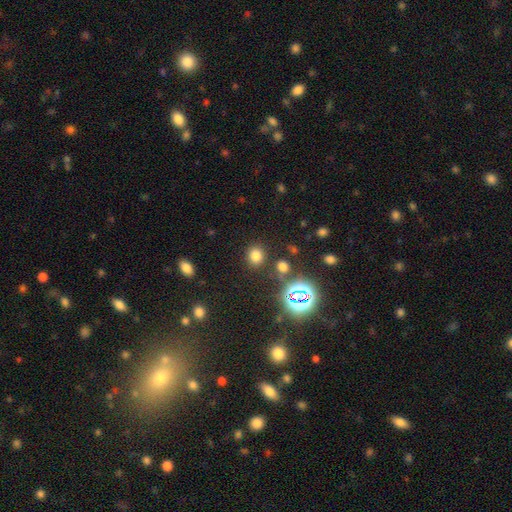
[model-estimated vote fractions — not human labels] Smooth or featured? smooth (73%)
How rounded? round (71%)
Merging? none (85%)